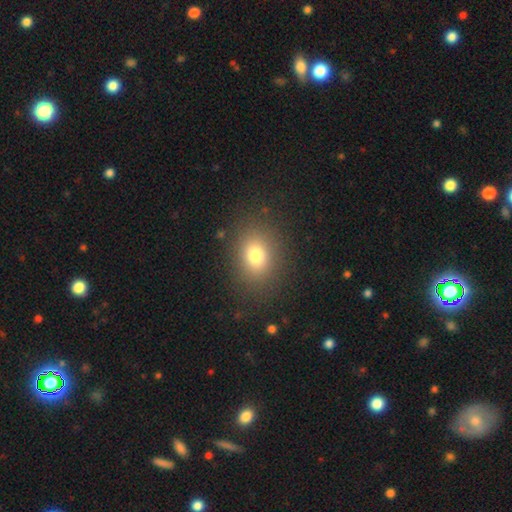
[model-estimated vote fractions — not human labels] This is likely a smooth galaxy (76%). How rounded: possibly in between (54%). Merging: clearly none (85%).